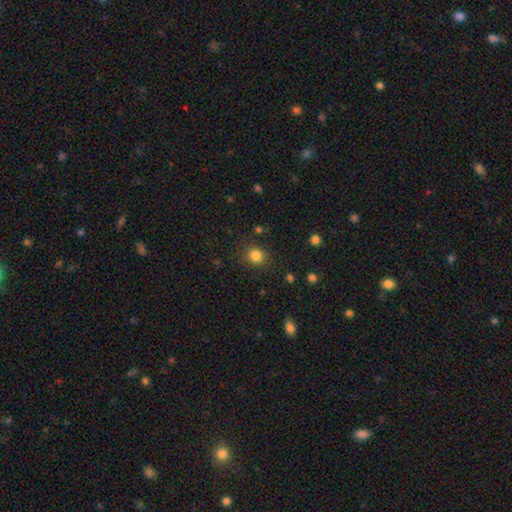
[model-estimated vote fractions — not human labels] This is clearly a smooth galaxy (83%). How rounded: clearly round (82%). Merging: clearly none (85%).